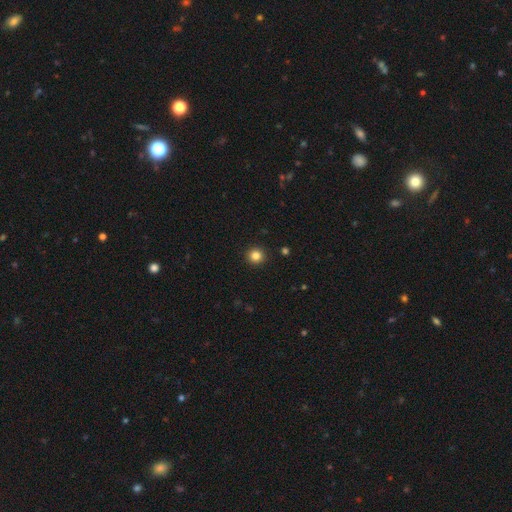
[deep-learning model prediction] This appears to be a smooth galaxy with no disk features (84%) that is round (94%). Merging: none (92%).